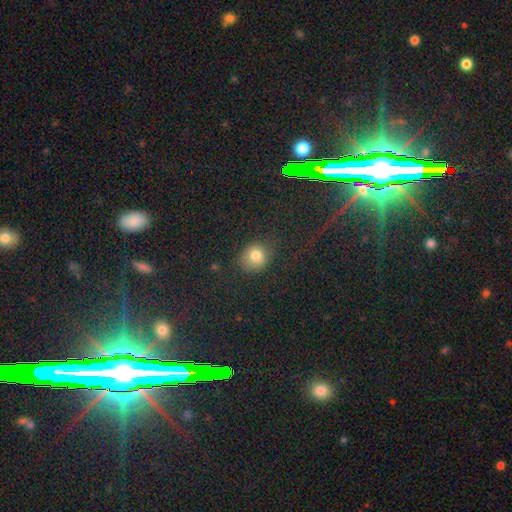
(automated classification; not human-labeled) Overall: smooth (78%). How rounded: round (73%). Merging: none (77%).